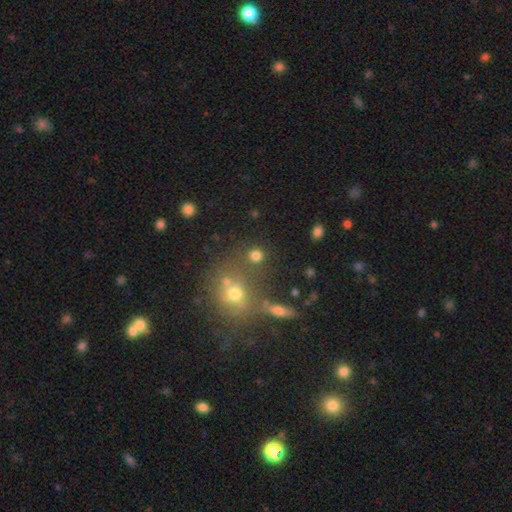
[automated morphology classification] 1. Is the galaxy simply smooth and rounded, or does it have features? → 76% smooth, 17% star or artifact, 8% featured or disk.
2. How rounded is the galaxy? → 88% round, 10% in between, 2% cigar-shaped.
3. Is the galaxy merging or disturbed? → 75% none, 12% merger, 8% minor disturbance, 4% major disturbance.